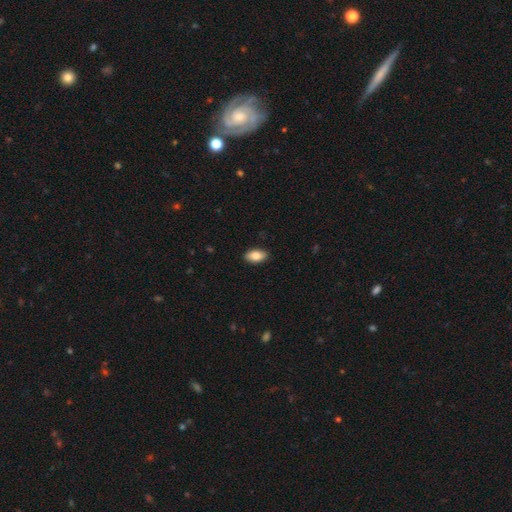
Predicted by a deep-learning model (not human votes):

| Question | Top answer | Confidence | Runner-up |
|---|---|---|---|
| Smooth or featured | smooth | 83% | featured or disk (10%) |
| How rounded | in between | 92% | round (4%) |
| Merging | none | 90% | minor disturbance (8%) |